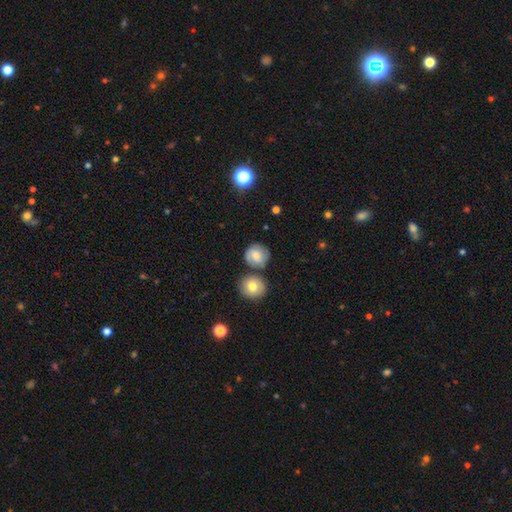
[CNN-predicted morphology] Smooth or featured? Predicted: smooth (p=0.66). How rounded? Predicted: round (p=0.87). Merging? Predicted: none (p=0.68).